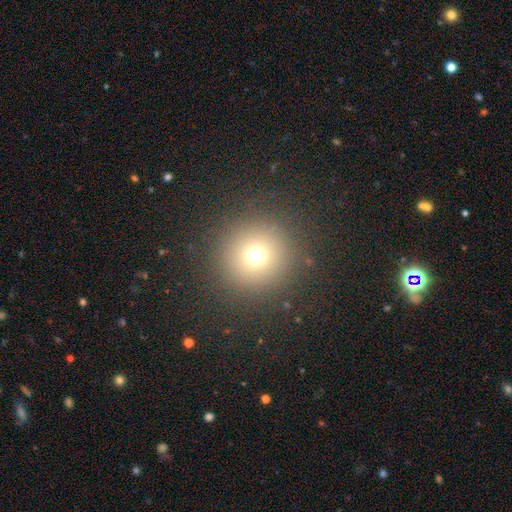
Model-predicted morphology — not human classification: smooth_or_featured: smooth (p=0.70) [alt: star or artifact p=0.21]
how_rounded: round (p=0.96) [alt: in between p=0.03]
merging: none (p=0.89) [alt: minor disturbance p=0.05]